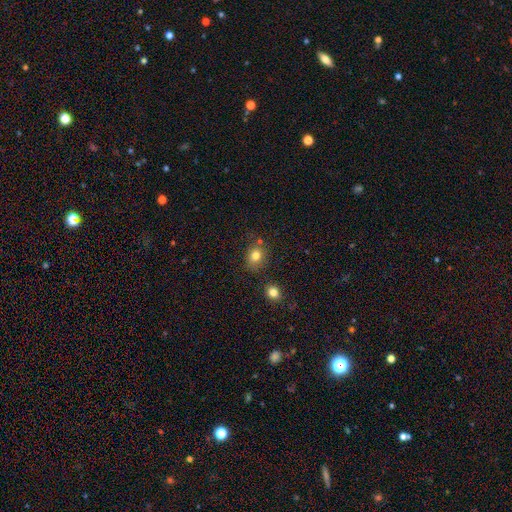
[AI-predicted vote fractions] The model was most divided on "how rounded": round: 60%, in between: 39%, cigar-shaped: 1%. More confident: smooth or featured — smooth (80%); merging — none (73%).